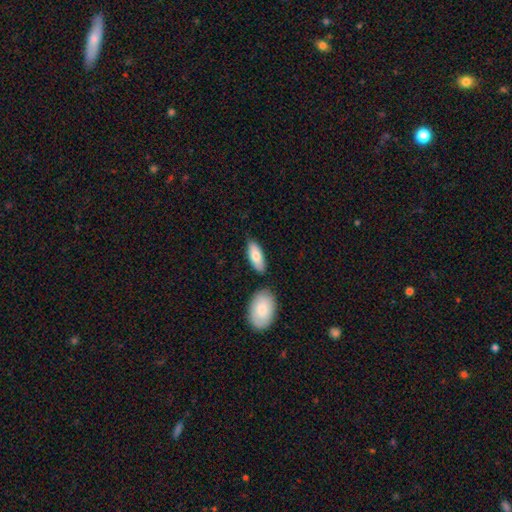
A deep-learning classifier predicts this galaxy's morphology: Overall: smooth (80%). How rounded: in between (80%). Merging: none (75%).